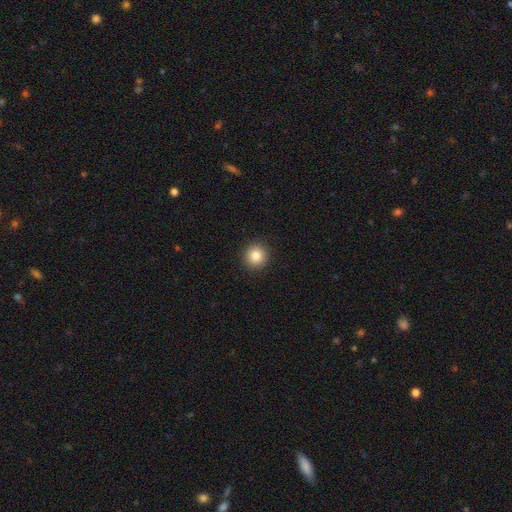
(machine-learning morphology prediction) A smooth galaxy with no disk features (84%) that is round (94%).

Vote fractions:
- Smooth or featured? smooth: 84% / star or artifact: 10% / featured or disk: 6%
- How rounded? round: 94% / in between: 5% / cigar-shaped: 1%
- Merging? none: 93% / minor disturbance: 5% / major disturbance: 2% / merger: 1%